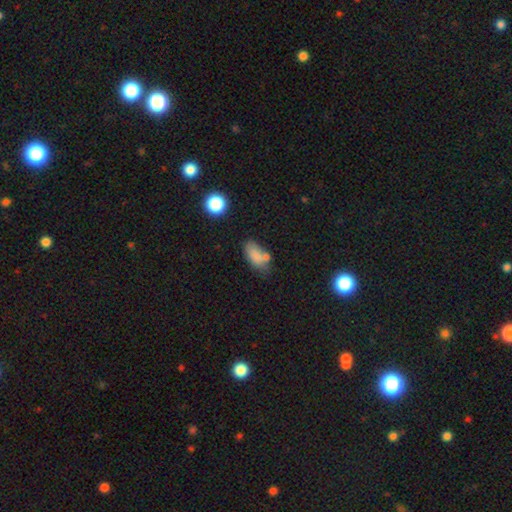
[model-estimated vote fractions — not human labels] This is likely a smooth galaxy (78%). How rounded: clearly in between (88%). Merging: marginally none (45%).